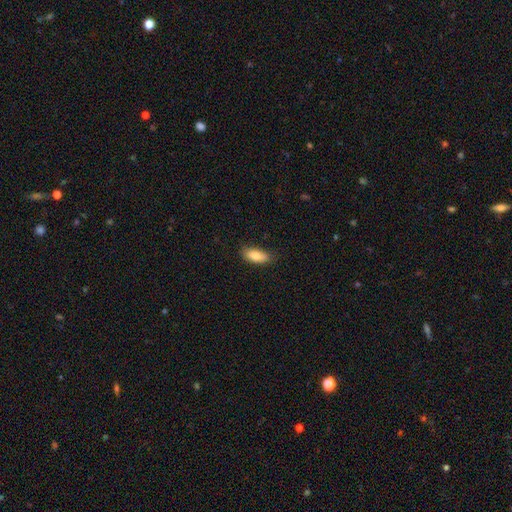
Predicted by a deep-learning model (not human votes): smooth-or-featured: smooth: 83% | featured or disk: 10% | star or artifact: 7%
  how-rounded: in between: 85% | cigar-shaped: 13% | round: 2%
  merging: none: 78% | minor disturbance: 18% | major disturbance: 3% | merger: 1%